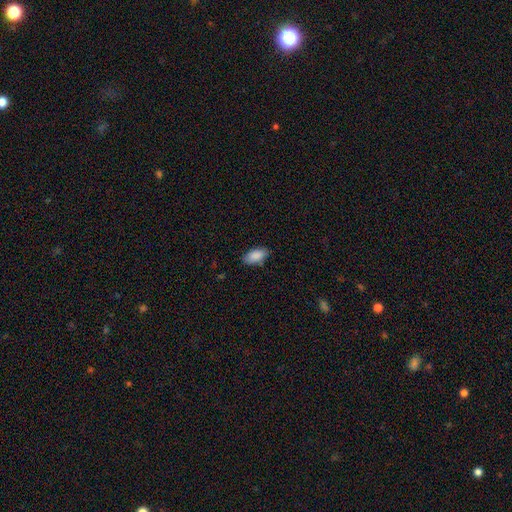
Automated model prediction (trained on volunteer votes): Smooth or featured?
  - smooth: 88% *
  - star or artifact: 7%
  - featured or disk: 5%
How rounded?
  - in between: 92% *
  - cigar-shaped: 5%
  - round: 2%
Merging?
  - none: 81% *
  - minor disturbance: 15%
  - major disturbance: 3%
  - merger: 1%